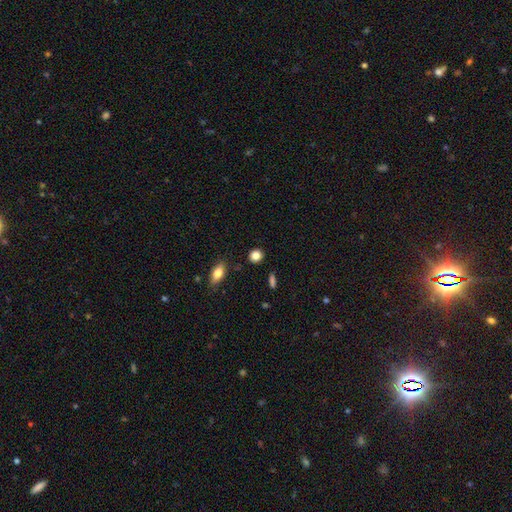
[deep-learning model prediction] A smooth galaxy with no disk features (85%) that is round (80%).

Vote fractions:
- Smooth or featured? smooth: 85% / star or artifact: 10% / featured or disk: 5%
- How rounded? round: 80% / in between: 18% / cigar-shaped: 2%
- Merging? none: 87% / minor disturbance: 8% / merger: 2% / major disturbance: 2%